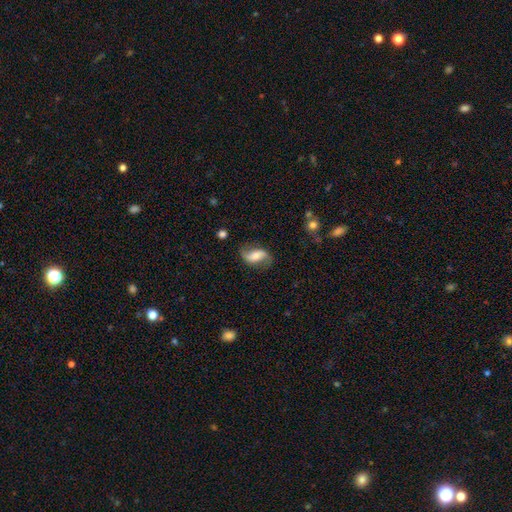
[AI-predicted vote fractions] Smooth or featured? featured or disk (68%)
Edge-on disk? no (95%)
Bar? no (38%)
Spiral arms? yes (90%)
Spiral winding? loose (76%)
Spiral arm count? 2 (91%)
Bulge size? moderate (49%)
Merging? none (74%)